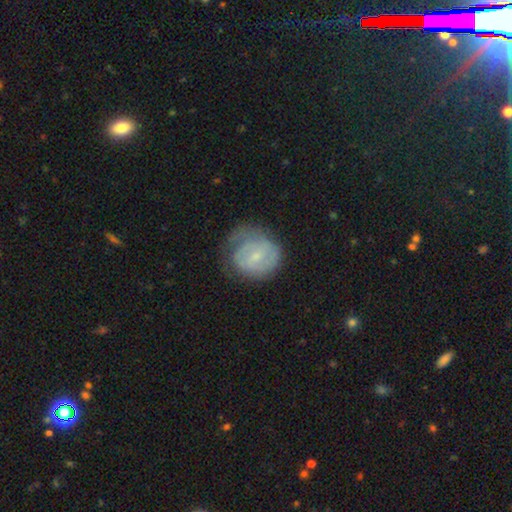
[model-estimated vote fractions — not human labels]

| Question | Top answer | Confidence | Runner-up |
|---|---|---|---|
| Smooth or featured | featured or disk | 62% | smooth (31%) |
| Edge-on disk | no | 98% | yes (2%) |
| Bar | weak | 54% | no (36%) |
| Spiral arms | yes | 84% | no (16%) |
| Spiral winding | tight | 55% | medium (33%) |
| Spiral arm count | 2 | 39% | can't tell (34%) |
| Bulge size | small | 64% | moderate (23%) |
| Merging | none | 54% | minor disturbance (28%) |